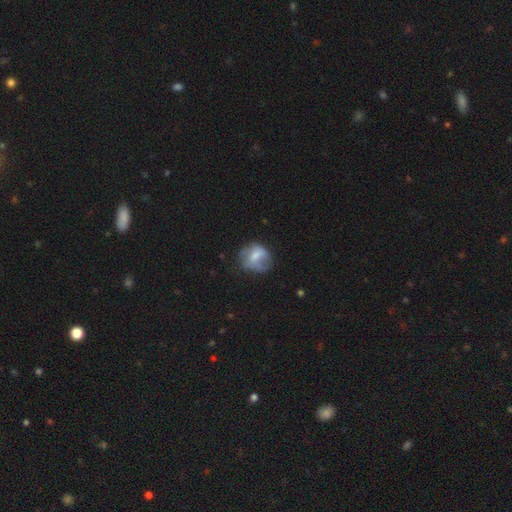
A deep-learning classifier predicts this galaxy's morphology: This appears to be a smooth galaxy with no disk features (58%) that is round (63%). Merging: none (48%).